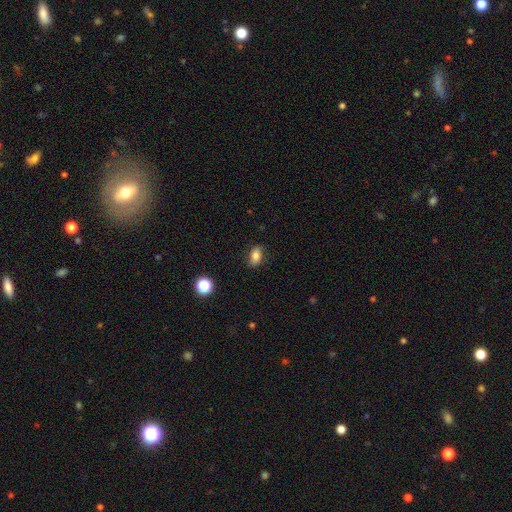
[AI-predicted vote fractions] smooth_or_featured: smooth (p=0.77) [alt: featured or disk p=0.12]
how_rounded: in between (p=0.85) [alt: round p=0.11]
merging: none (p=0.81) [alt: minor disturbance p=0.14]